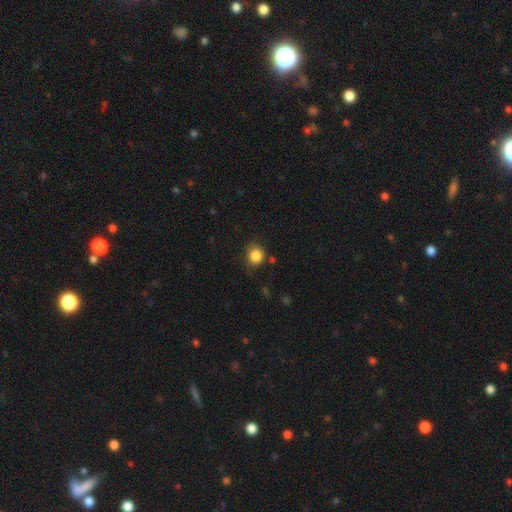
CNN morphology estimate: Overall: smooth (85%). How rounded: round (80%). Merging: none (74%).